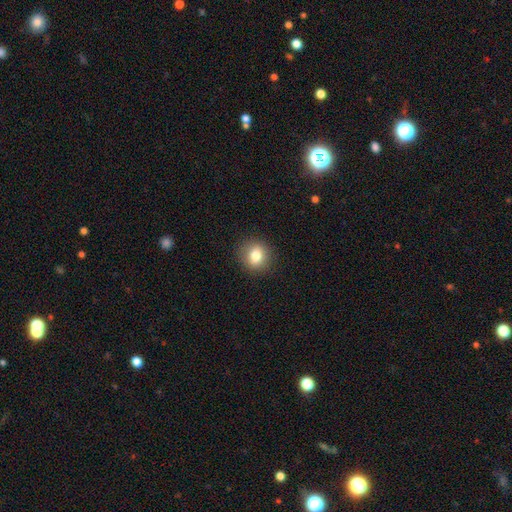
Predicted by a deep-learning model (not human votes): Q: Smooth or featured?
A: smooth (80%); runner-up: featured or disk (10%)
Q: How rounded?
A: round (80%); runner-up: in between (19%)
Q: Merging?
A: none (89%); runner-up: minor disturbance (7%)